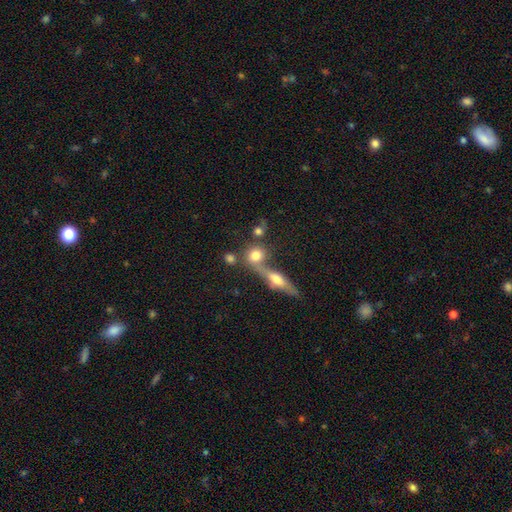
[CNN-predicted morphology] Smooth or featured?
  - smooth: 74% *
  - featured or disk: 16%
  - star or artifact: 11%
How rounded?
  - round: 75% *
  - in between: 19%
  - cigar-shaped: 6%
Merging?
  - none: 50% *
  - merger: 36%
  - minor disturbance: 9%
  - major disturbance: 5%